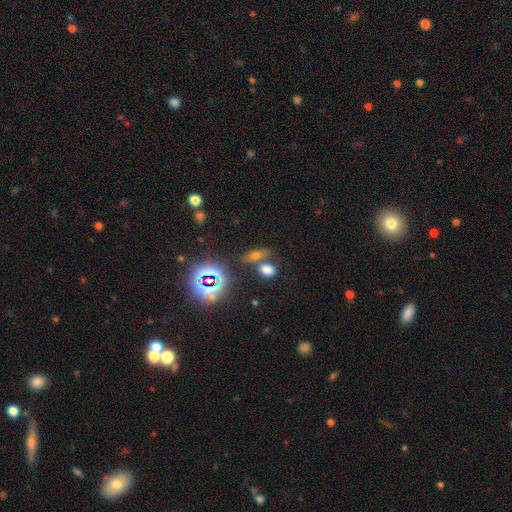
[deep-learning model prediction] Q: Smooth or featured?
A: star or artifact (49%); runner-up: smooth (35%)